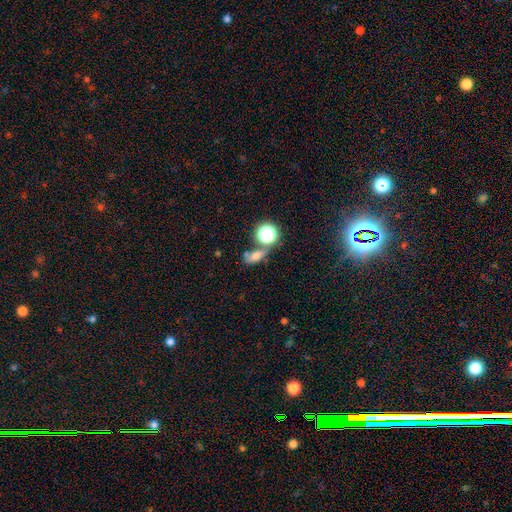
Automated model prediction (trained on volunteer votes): smooth 63%, star or artifact 22%, featured or disk 16%. Down the decision tree: how rounded — in between (63%); merging — none (52%).